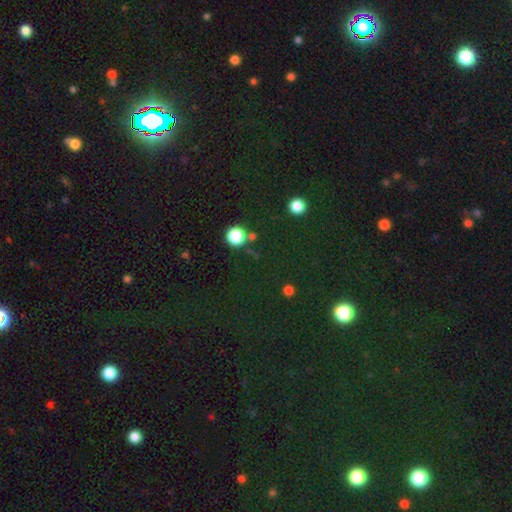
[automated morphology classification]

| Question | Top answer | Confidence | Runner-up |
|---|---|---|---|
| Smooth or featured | star or artifact | 75% | smooth (18%) |